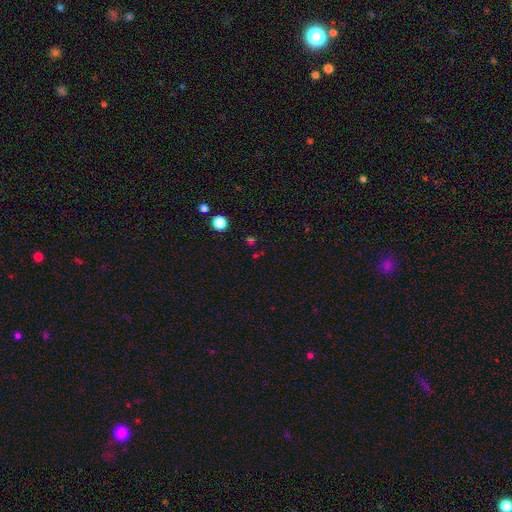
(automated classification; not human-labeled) star or artifact 47%, smooth 46%, featured or disk 6%.